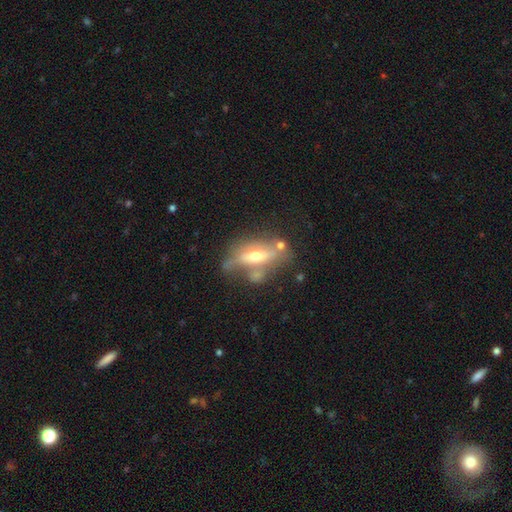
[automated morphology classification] featured or disk 65%, smooth 27%, star or artifact 9%. Down the decision tree: edge-on disk — yes (62%); merging — none (50%).